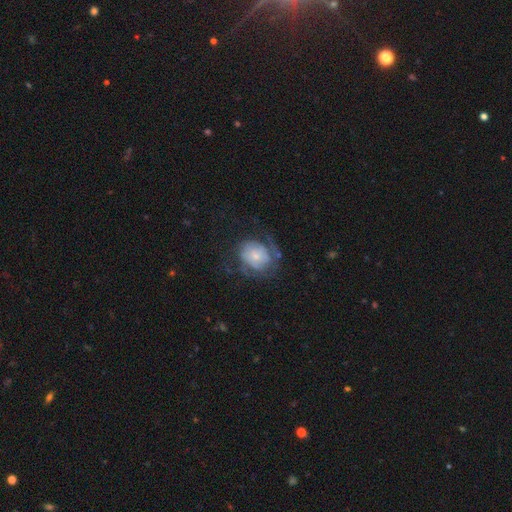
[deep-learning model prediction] Smooth or featured: featured or disk — 55% (smooth — 37%)
Edge-on disk: no — 97% (yes — 3%)
Bar: no — 75% (weak — 21%)
Spiral arms: yes — 68% (no — 32%)
Bulge size: small — 58% (moderate — 28%)
Merging: none — 43% (major disturbance — 31%)